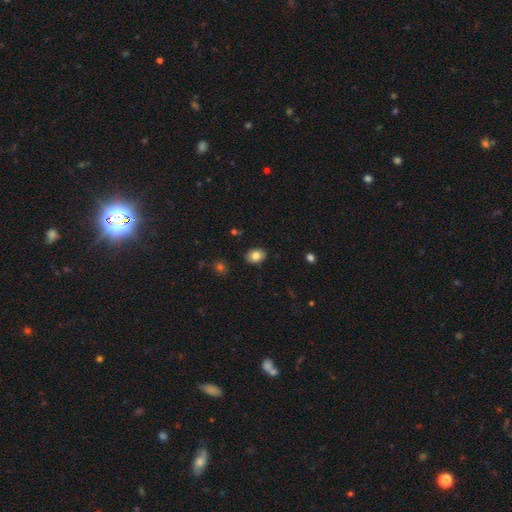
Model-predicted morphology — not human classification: Smooth or featured? Predicted: smooth (p=0.82). How rounded? Predicted: in between (p=0.74). Merging? Predicted: none (p=0.88).